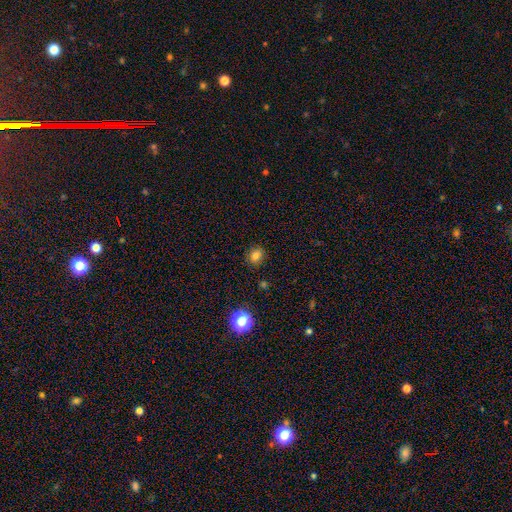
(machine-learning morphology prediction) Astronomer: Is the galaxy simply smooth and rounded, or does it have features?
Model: smooth — 78%.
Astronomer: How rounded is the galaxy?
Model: round — 60% (runner-up: in between, 39%).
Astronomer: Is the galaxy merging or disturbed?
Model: none — 86%.